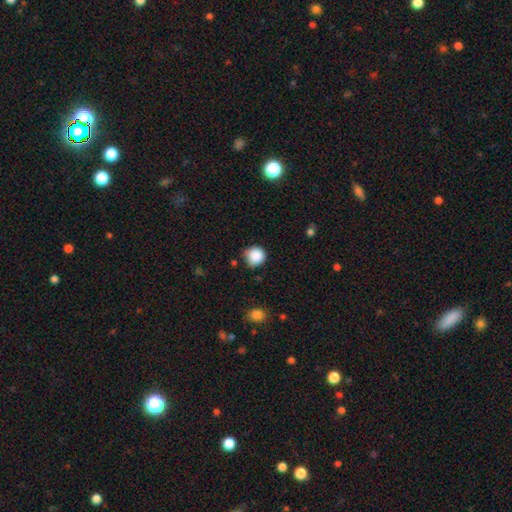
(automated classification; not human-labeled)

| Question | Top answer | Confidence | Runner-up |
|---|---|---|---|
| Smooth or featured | smooth | 87% | star or artifact (9%) |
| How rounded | round | 92% | in between (7%) |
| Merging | none | 74% | minor disturbance (19%) |